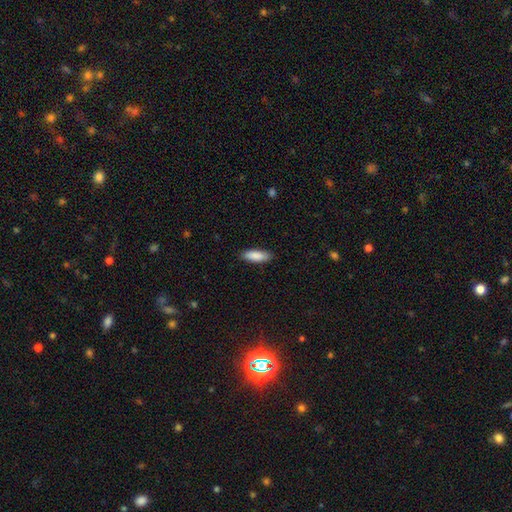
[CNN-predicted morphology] Smooth or featured: smooth — 88% (featured or disk — 6%)
How rounded: in between — 63% (cigar-shaped — 36%)
Merging: none — 88% (minor disturbance — 9%)